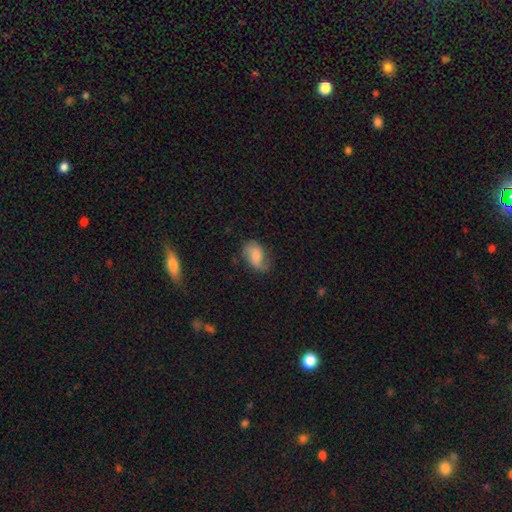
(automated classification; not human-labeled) Overall: smooth (49%; featured or disk 42%). Merging: none (60%; minor disturbance 27%).